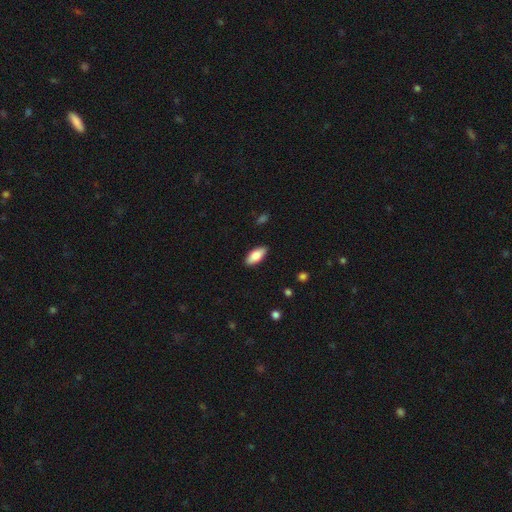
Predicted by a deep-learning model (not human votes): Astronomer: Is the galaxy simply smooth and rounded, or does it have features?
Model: smooth — 85%.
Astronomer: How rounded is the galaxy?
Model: in between — 87%.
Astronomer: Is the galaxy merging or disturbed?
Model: none — 88%.